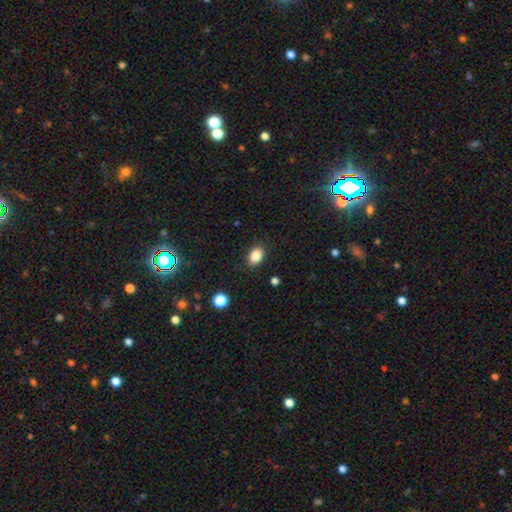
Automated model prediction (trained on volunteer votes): Q: Smooth or featured?
A: smooth (86%); runner-up: star or artifact (9%)
Q: How rounded?
A: in between (80%); runner-up: round (19%)
Q: Merging?
A: none (87%); runner-up: minor disturbance (9%)